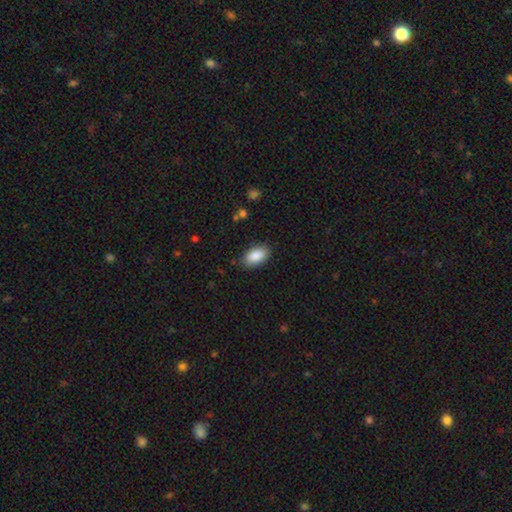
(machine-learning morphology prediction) Smooth or featured: smooth — 88% (star or artifact — 7%)
How rounded: in between — 94% (round — 3%)
Merging: none — 86% (minor disturbance — 10%)